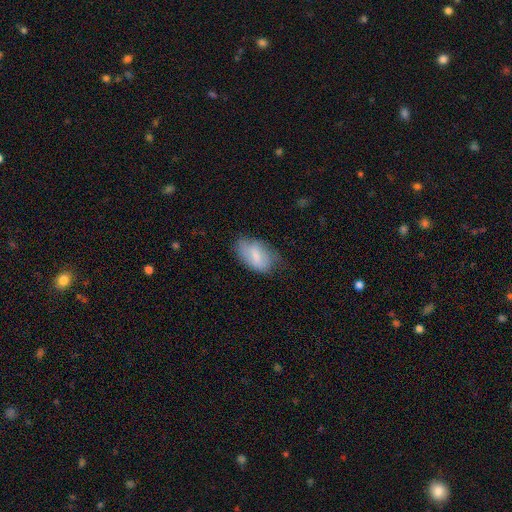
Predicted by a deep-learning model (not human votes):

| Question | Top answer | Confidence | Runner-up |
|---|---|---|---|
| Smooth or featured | smooth | 70% | featured or disk (23%) |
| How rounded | in between | 92% | round (6%) |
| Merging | none | 56% | minor disturbance (33%) |